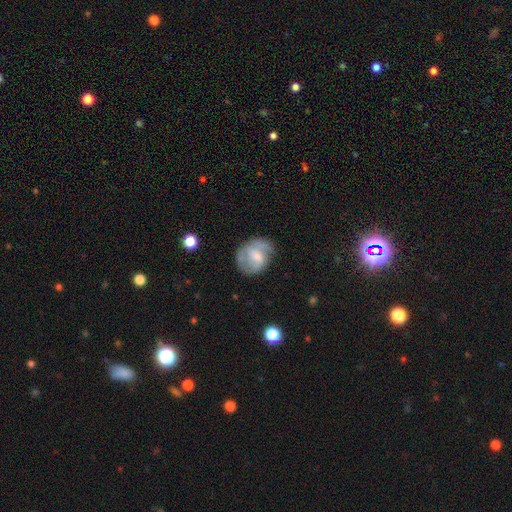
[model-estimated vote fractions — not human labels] Morphology: type=featured or disk (55%); edge-on=no (97%); bar=weak (46%); spiral arms=yes (74%); bulge=moderate (40%); merging=none (59%).